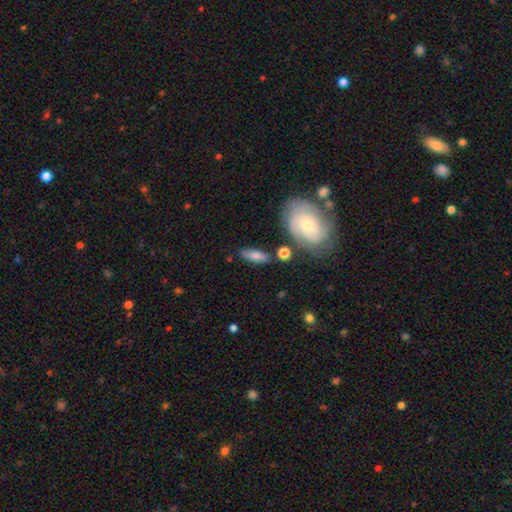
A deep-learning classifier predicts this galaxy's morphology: A smooth galaxy with no disk features (70%) that is in between round and cigar-shaped (63%).

Vote fractions:
- Smooth or featured? smooth: 70% / featured or disk: 23% / star or artifact: 7%
- How rounded? in between: 63% / cigar-shaped: 32% / round: 5%
- Merging? none: 74% / minor disturbance: 15% / merger: 7% / major disturbance: 5%